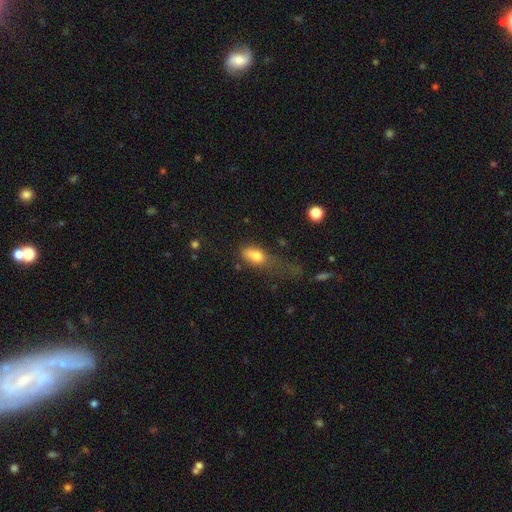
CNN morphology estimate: Overall: smooth (80%). How rounded: in between (85%). Merging: major disturbance (40%; none 28%).